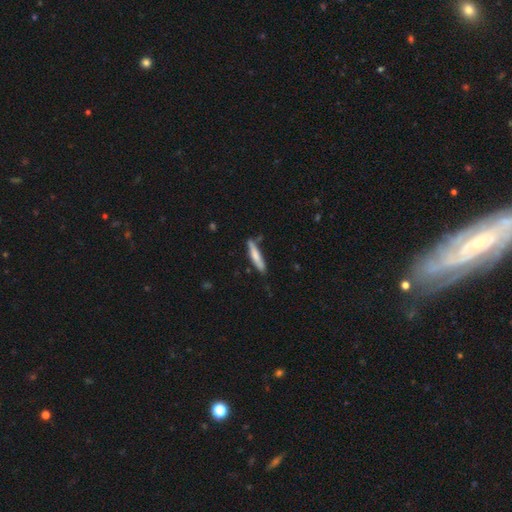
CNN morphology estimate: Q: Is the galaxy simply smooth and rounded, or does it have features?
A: smooth — 69%.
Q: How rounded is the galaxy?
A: cigar-shaped — 89%.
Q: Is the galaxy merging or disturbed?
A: none — 75%.